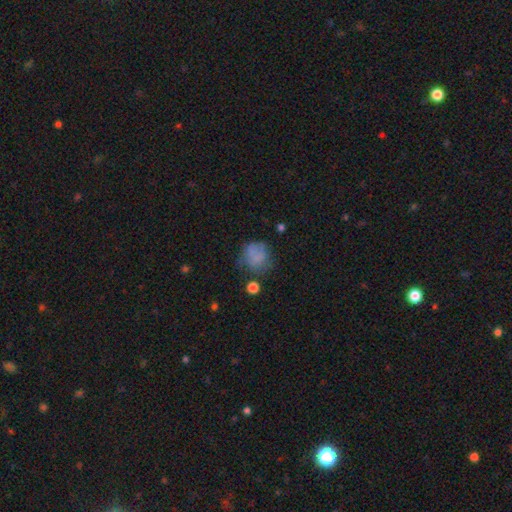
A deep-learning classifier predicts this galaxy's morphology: This appears to be a smooth galaxy with no disk features (71%) that is round (74%). Merging: none (50%).